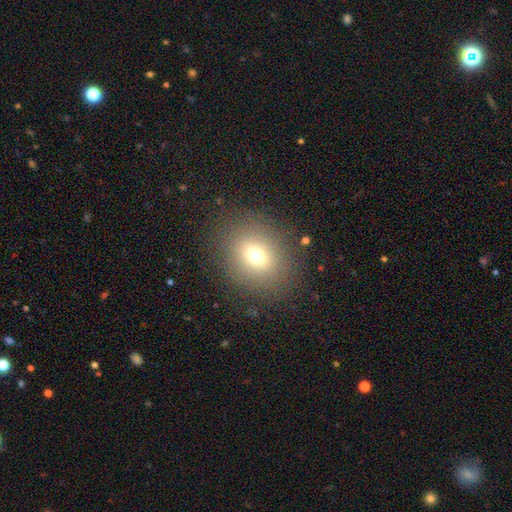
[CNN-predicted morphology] type=smooth (69%); roundness=round (67%); merging=none (85%).